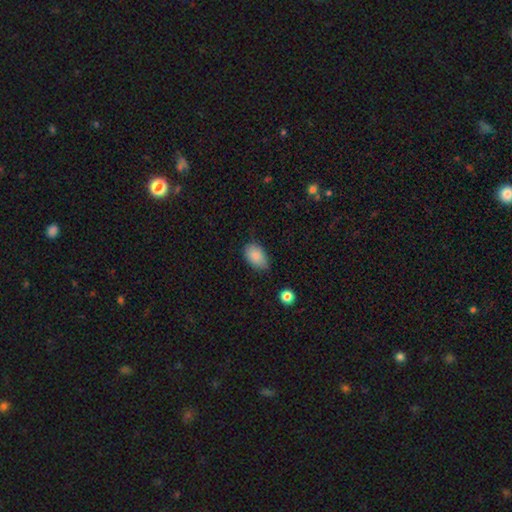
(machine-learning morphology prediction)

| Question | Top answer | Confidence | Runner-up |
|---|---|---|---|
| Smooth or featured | smooth | 85% | star or artifact (8%) |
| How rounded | in between | 90% | round (9%) |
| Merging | none | 69% | minor disturbance (25%) |